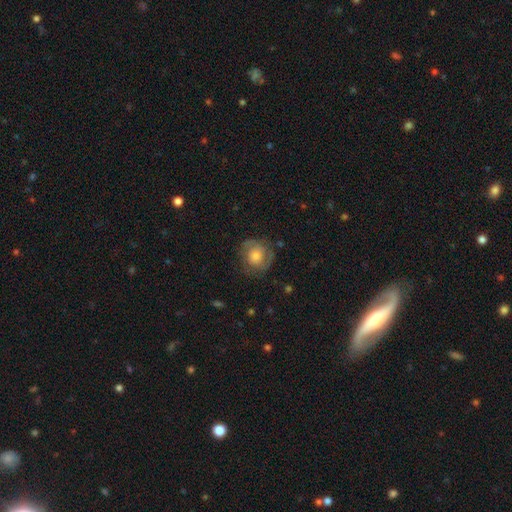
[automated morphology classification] Smooth or featured? Predicted: featured or disk (p=0.56). Edge-on disk? Predicted: no (p=0.97). Bar? Predicted: no (p=0.76). Spiral arms? Predicted: yes (p=0.83). Bulge size? Predicted: moderate (p=0.52). Merging? Predicted: none (p=0.73).